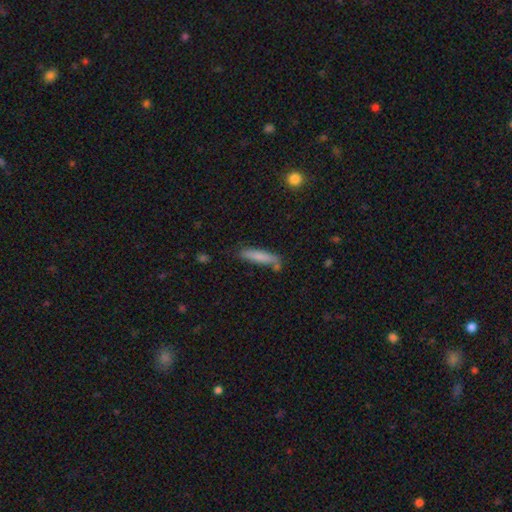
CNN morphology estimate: Smooth or featured?
  - smooth: 77% *
  - featured or disk: 16%
  - star or artifact: 7%
How rounded?
  - cigar-shaped: 84% *
  - in between: 14%
  - round: 2%
Merging?
  - none: 71% *
  - minor disturbance: 18%
  - merger: 7%
  - major disturbance: 4%